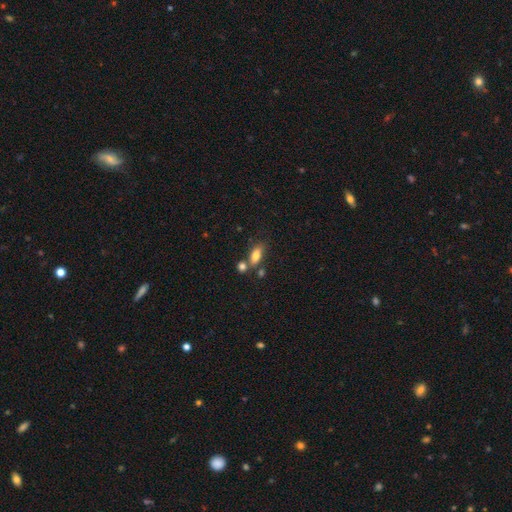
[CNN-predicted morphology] Smooth or featured? Predicted: smooth (p=0.77). How rounded? Predicted: in between (p=0.80). Merging? Predicted: none (p=0.57).